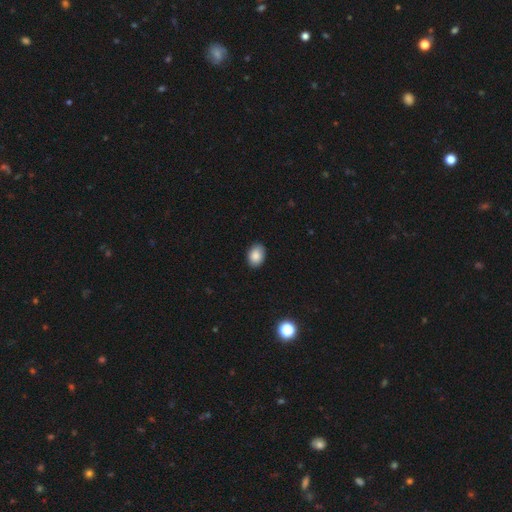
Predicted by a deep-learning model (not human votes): Morphology: type=smooth (87%); roundness=in between (75%); merging=none (86%).